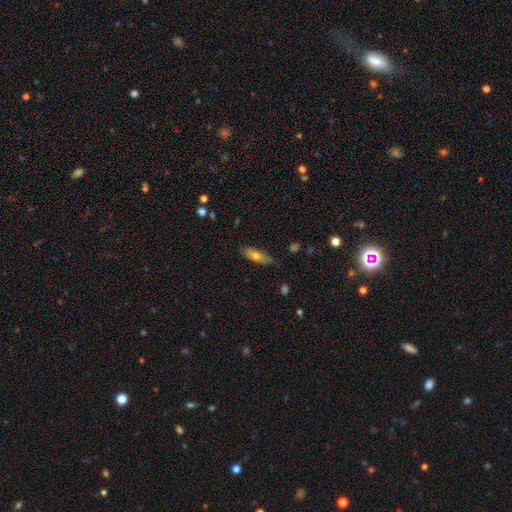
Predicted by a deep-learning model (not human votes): The model was most divided on "how rounded": in between: 56%, cigar-shaped: 41%, round: 3%. More confident: merging — none (76%); smooth or featured — smooth (65%).